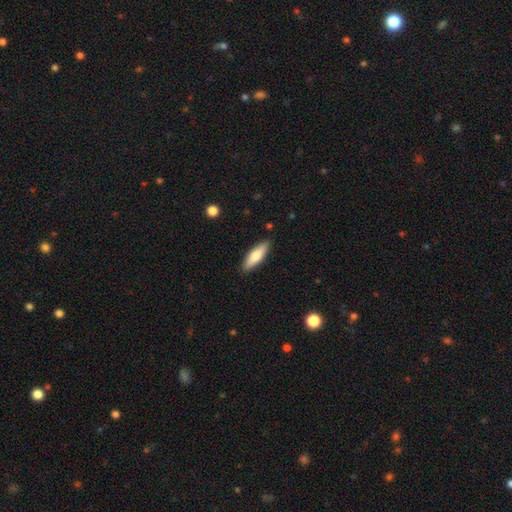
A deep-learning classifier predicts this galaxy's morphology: A smooth galaxy with no disk features (72%) that is cigar-shaped (54%). Merging: none (88%).